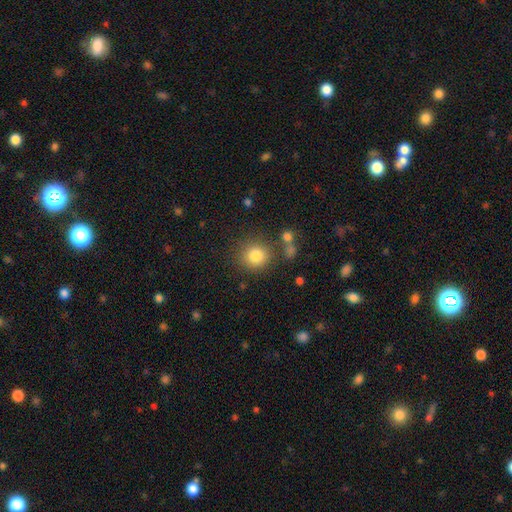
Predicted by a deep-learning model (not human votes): smooth_or_featured: smooth (p=0.83) [alt: star or artifact p=0.11]
how_rounded: round (p=0.88) [alt: in between p=0.11]
merging: none (p=0.79) [alt: minor disturbance p=0.10]